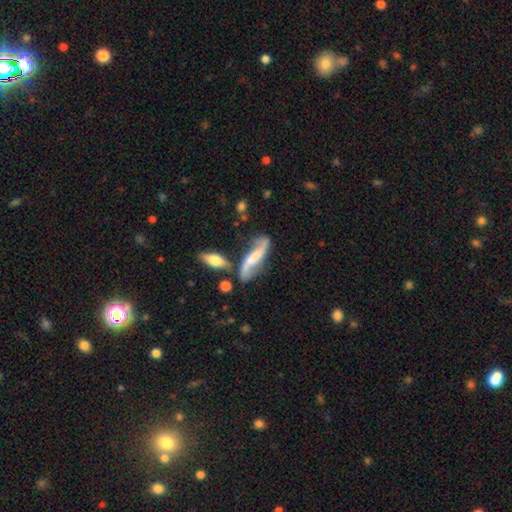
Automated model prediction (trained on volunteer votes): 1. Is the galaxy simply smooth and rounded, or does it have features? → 72% featured or disk, 21% smooth, 7% star or artifact.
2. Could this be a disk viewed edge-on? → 78% no, 22% yes.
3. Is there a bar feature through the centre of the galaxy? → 36% no, 34% weak, 29% strong.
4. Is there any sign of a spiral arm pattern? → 92% yes, 8% no.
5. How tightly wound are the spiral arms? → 79% loose, 15% medium, 6% tight.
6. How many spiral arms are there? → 91% 2, 4% can't tell, 2% 1, 1% 3, 1% 4, 1% more than 4.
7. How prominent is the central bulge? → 40% small, 28% moderate, 23% none, 6% large, 2% dominant.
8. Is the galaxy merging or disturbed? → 61% none, 18% minor disturbance, 14% merger, 7% major disturbance.